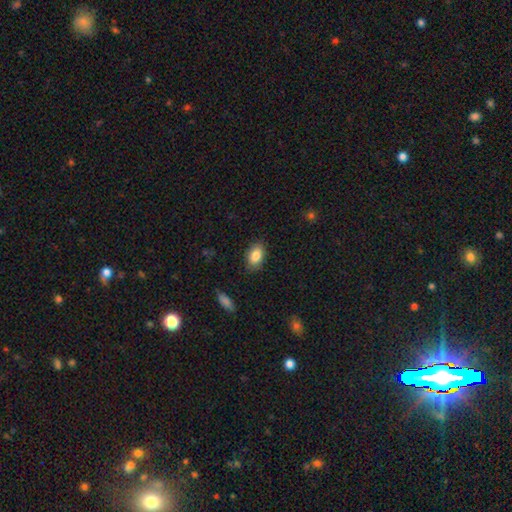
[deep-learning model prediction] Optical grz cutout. It shows a smooth galaxy with no disk features (85%) that is in between round and cigar-shaped (89%). Merging: none (85%).